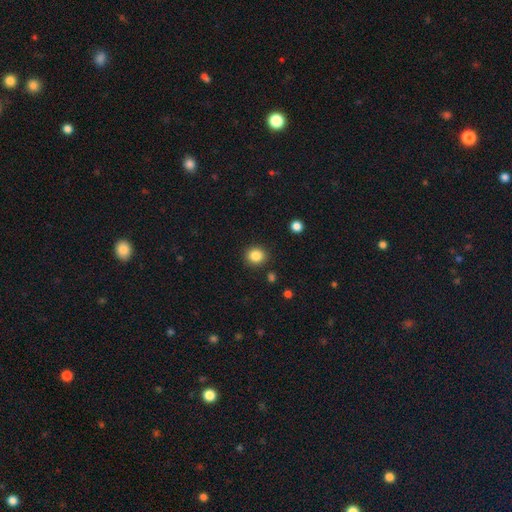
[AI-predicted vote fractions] Smooth or featured? Predicted: smooth (p=0.86). How rounded? Predicted: round (p=0.80). Merging? Predicted: none (p=0.89).